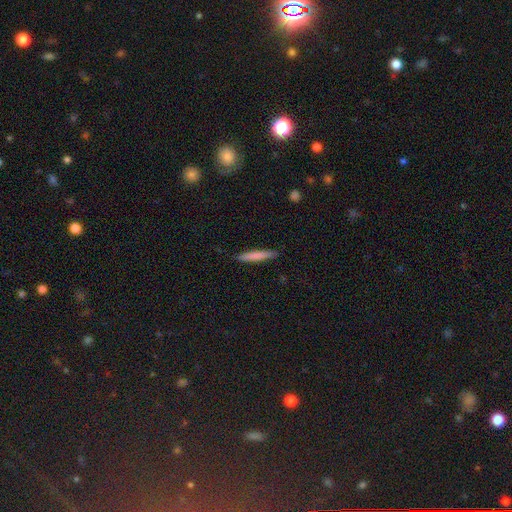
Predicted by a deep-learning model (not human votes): Morphology: type=smooth (75%); roundness=cigar-shaped (94%); merging=none (89%).